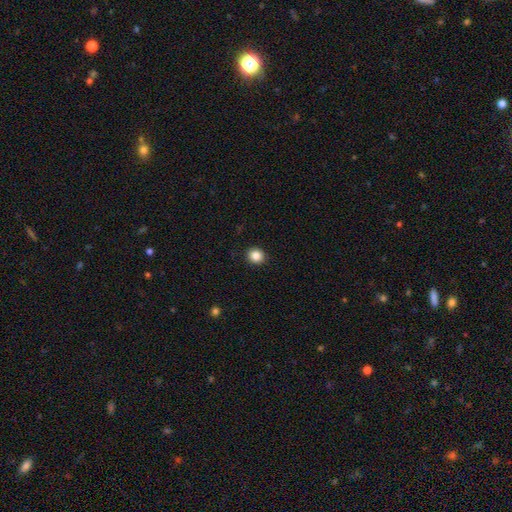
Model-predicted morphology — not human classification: This is clearly a smooth galaxy (85%). How rounded: clearly round (86%). Merging: clearly none (92%).